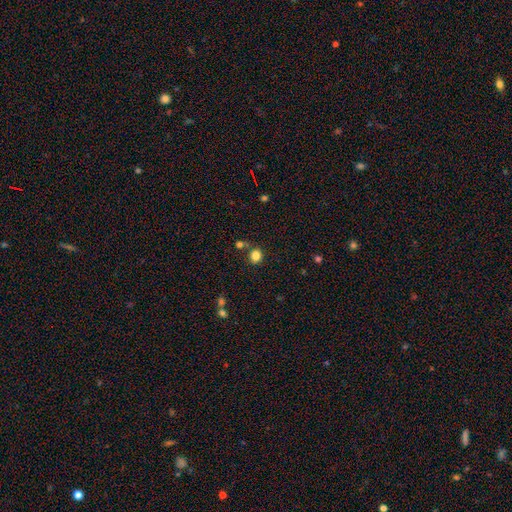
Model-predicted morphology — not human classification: The model was most divided on "how rounded": round: 72%, in between: 27%, cigar-shaped: 1%. More confident: smooth or featured — smooth (83%); merging — none (77%).